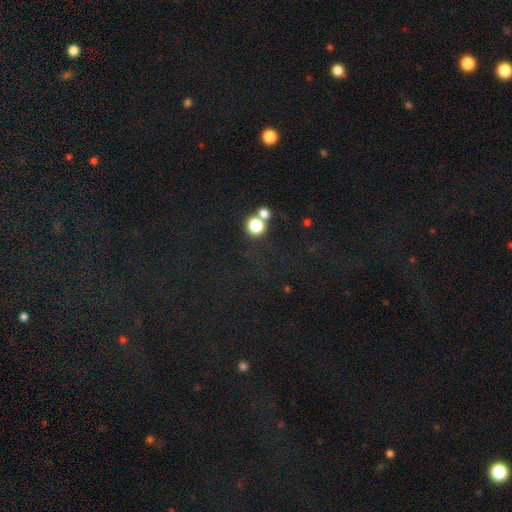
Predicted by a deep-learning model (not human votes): A star or artifact, not a galaxy (72%).